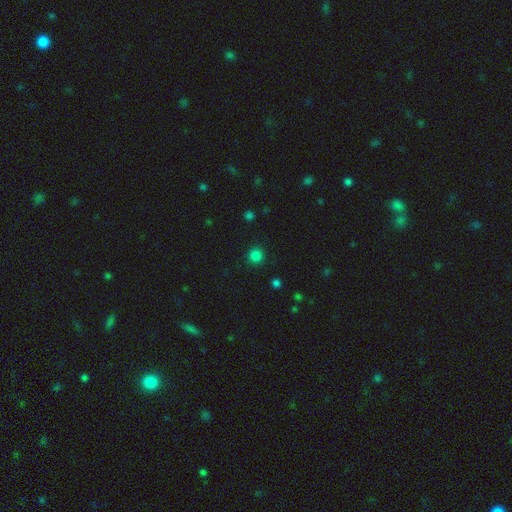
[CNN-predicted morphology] This is clearly a smooth galaxy (82%). How rounded: clearly round (93%). Merging: clearly none (91%).